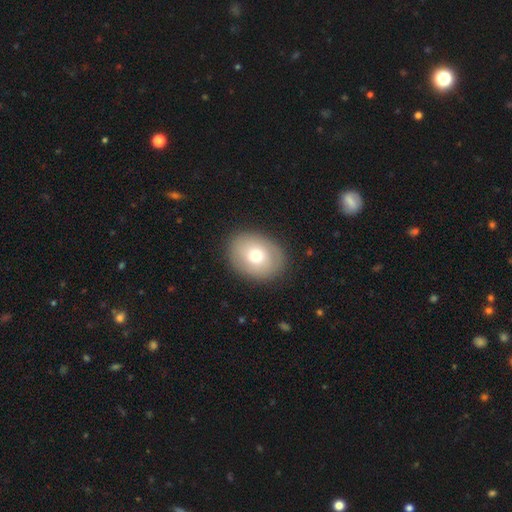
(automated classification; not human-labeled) This is likely a smooth galaxy (69%). How rounded: possibly in between (59%). Merging: clearly none (86%).